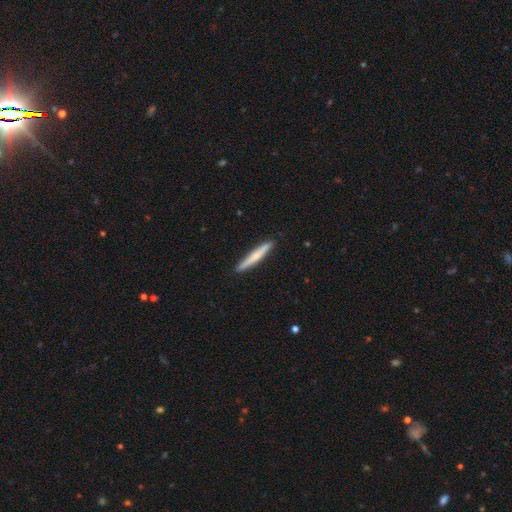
Morphology: type=smooth (76%); roundness=cigar-shaped (93%); merging=none (95%).